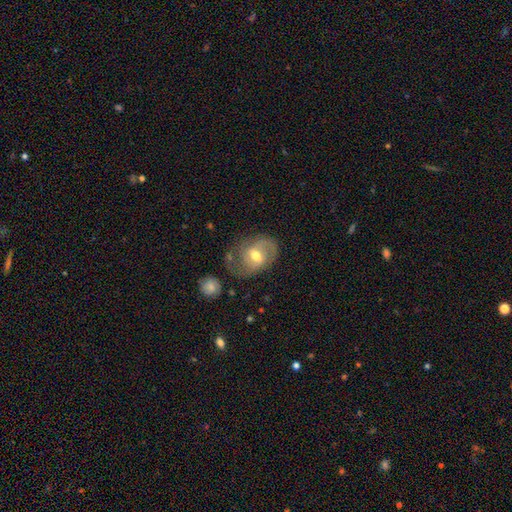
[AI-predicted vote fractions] Smooth or featured? Predicted: featured or disk (p=0.65). Edge-on disk? Predicted: no (p=0.96). Bar? Predicted: weak (p=0.51). Spiral arms? Predicted: yes (p=0.82). Spiral winding? Predicted: medium (p=0.49). Spiral arm count? Predicted: 2 (p=0.76). Bulge size? Predicted: moderate (p=0.72). Merging? Predicted: none (p=0.57).